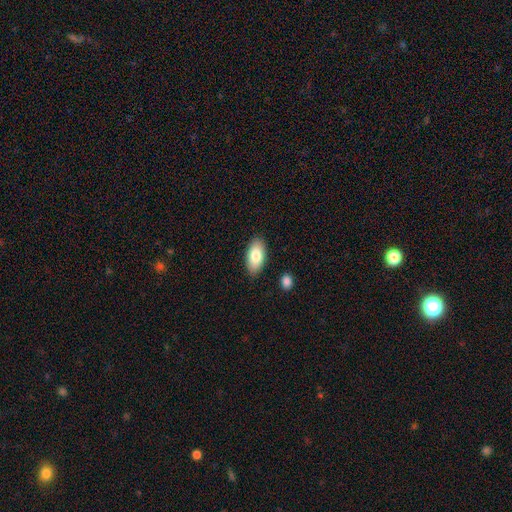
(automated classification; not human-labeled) Smooth or featured: smooth — 82% (featured or disk — 12%)
How rounded: in between — 93% (cigar-shaped — 5%)
Merging: none — 87% (minor disturbance — 9%)